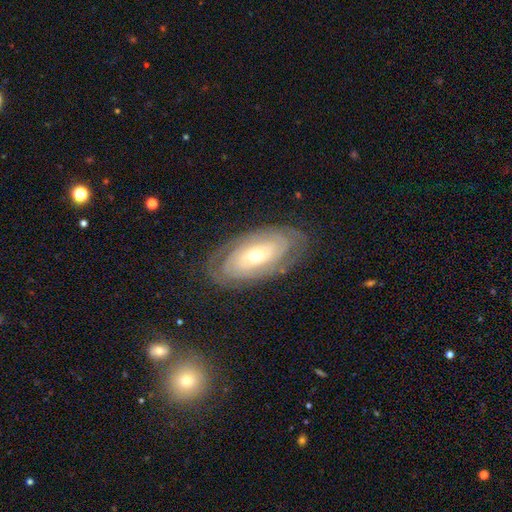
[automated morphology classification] The model was most divided on "bulge size": small: 49%, moderate: 46%, large: 3%, dominant: 1%, none: 1%. Remaining: edge-on disk — no (93%); spiral arms — yes (88%); spiral winding — tight (81%); merging — none (80%); smooth or featured — featured or disk (80%); bar — no (68%); spiral arm count — can't tell (45%).